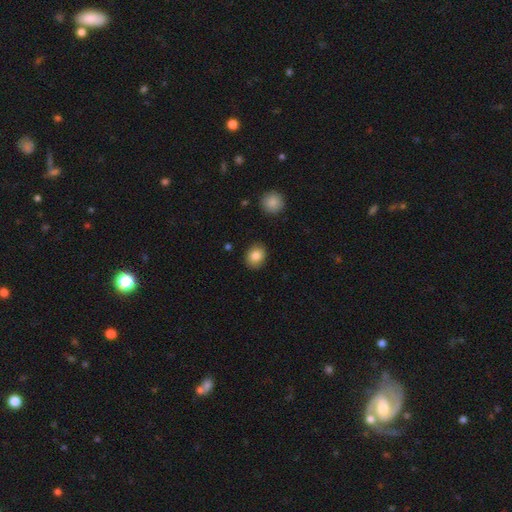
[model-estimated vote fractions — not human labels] Smooth or featured: smooth — 84% (star or artifact — 8%)
How rounded: round — 51% (in between — 48%)
Merging: none — 88% (minor disturbance — 8%)